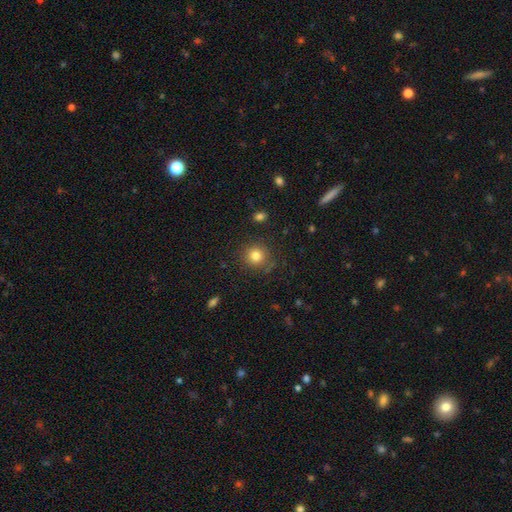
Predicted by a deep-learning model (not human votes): Smooth or featured: smooth — 81% (star or artifact — 12%)
How rounded: round — 92% (in between — 7%)
Merging: none — 85% (minor disturbance — 9%)